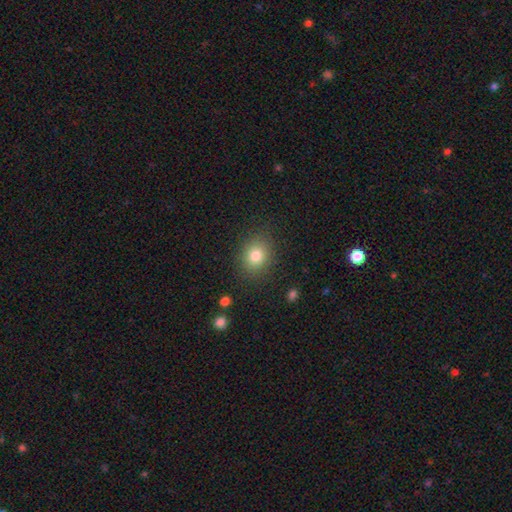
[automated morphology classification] Smooth or featured? smooth (80%)
How rounded? round (63%)
Merging? none (86%)